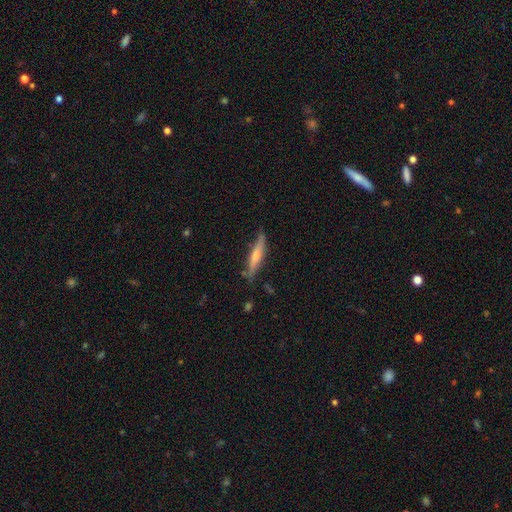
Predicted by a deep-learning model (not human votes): A featured or disk galaxy (57%) viewed edge-on (92%) with a rounded central bulge (75%). Merging: none (79%).